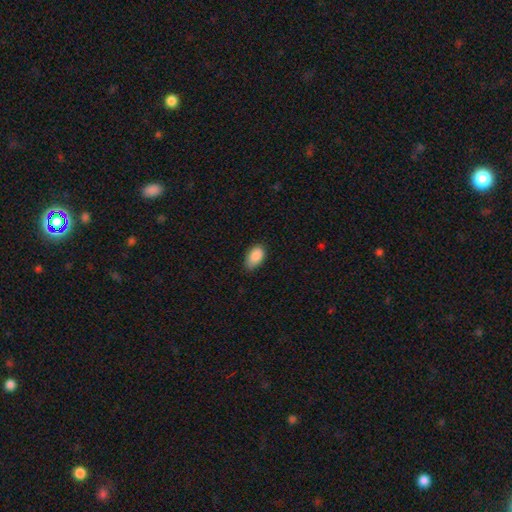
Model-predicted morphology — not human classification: smooth_or_featured: smooth (p=0.88) [alt: star or artifact p=0.07]
how_rounded: in between (p=0.92) [alt: round p=0.06]
merging: none (p=0.67) [alt: minor disturbance p=0.28]